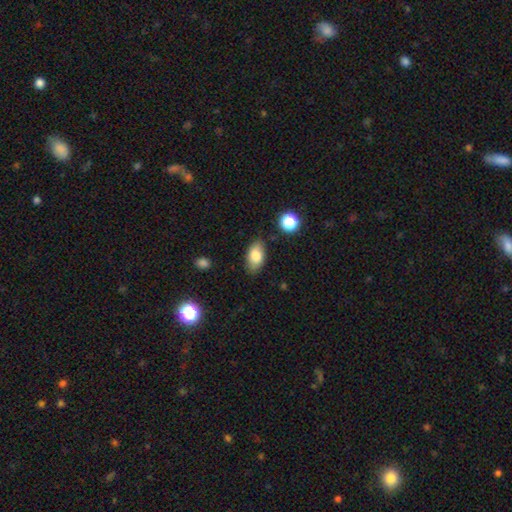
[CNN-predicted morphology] smooth-or-featured: smooth: 81% | featured or disk: 11% | star or artifact: 8%
  how-rounded: in between: 92% | round: 5% | cigar-shaped: 3%
  merging: none: 82% | minor disturbance: 13% | major disturbance: 3% | merger: 2%